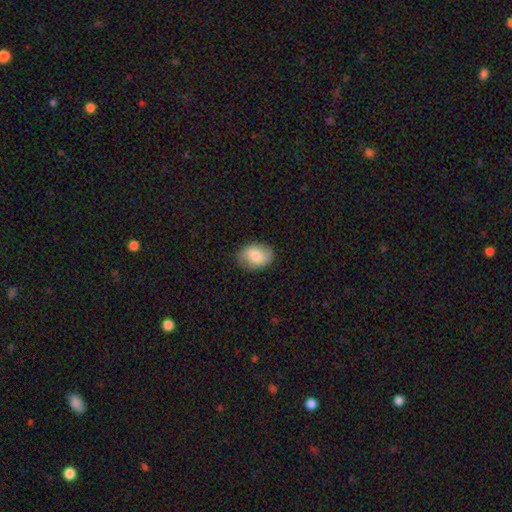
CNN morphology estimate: Q: Smooth or featured?
A: smooth (69%); runner-up: featured or disk (23%)
Q: How rounded?
A: in between (74%); runner-up: round (25%)
Q: Merging?
A: none (82%); runner-up: minor disturbance (14%)